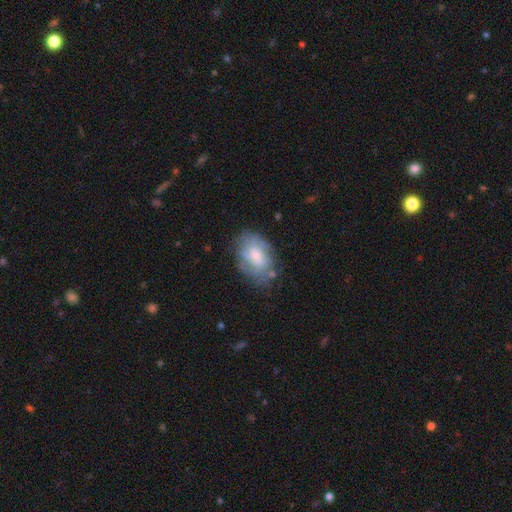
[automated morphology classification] The model was most divided on "smooth or featured": smooth: 51%, featured or disk: 41%, star or artifact: 8%. More confident: how rounded — in between (84%); merging — none (58%).